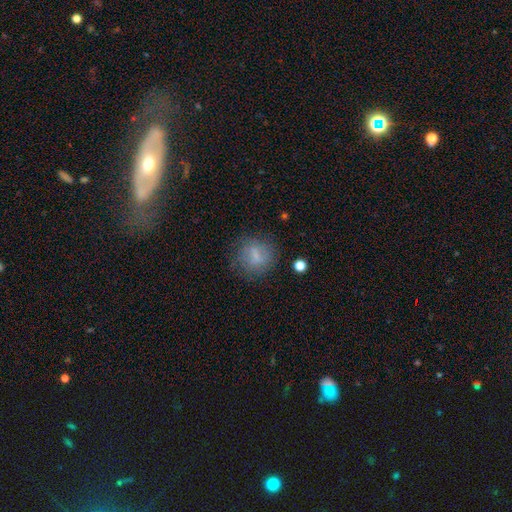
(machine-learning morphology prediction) smooth_or_featured: smooth (p=0.66) [alt: featured or disk p=0.23]
how_rounded: round (p=0.77) [alt: in between p=0.21]
merging: none (p=0.72) [alt: minor disturbance p=0.17]